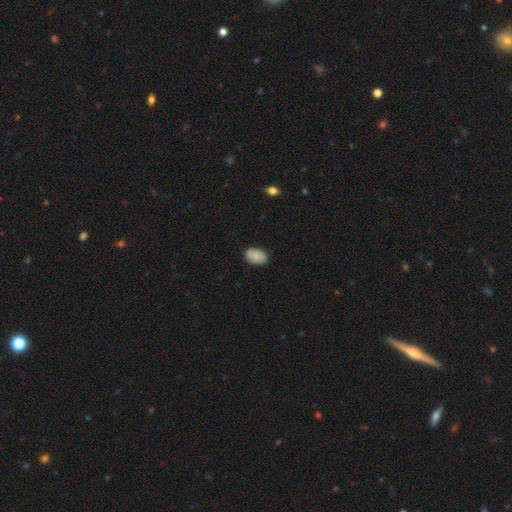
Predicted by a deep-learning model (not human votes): A smooth galaxy with no disk features (84%) that is in between round and cigar-shaped (85%).

Vote fractions:
- Smooth or featured? smooth: 84% / featured or disk: 9% / star or artifact: 7%
- How rounded? in between: 85% / round: 14% / cigar-shaped: 1%
- Merging? none: 84% / minor disturbance: 12% / major disturbance: 2% / merger: 1%